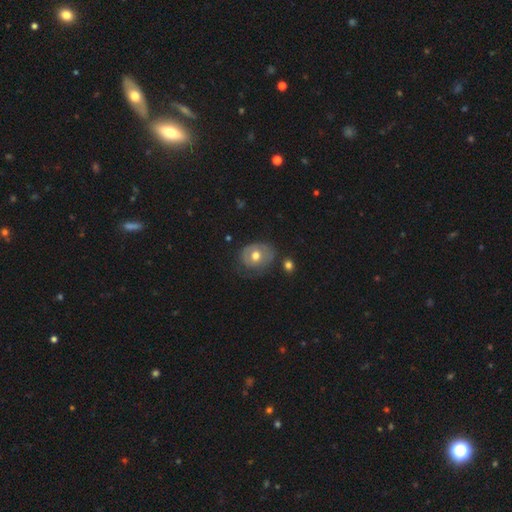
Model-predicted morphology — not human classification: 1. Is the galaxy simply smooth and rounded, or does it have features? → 47% smooth (tied), 47% featured or disk (tied), 6% star or artifact.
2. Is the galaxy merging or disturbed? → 53% none, 29% minor disturbance, 15% major disturbance, 3% merger.